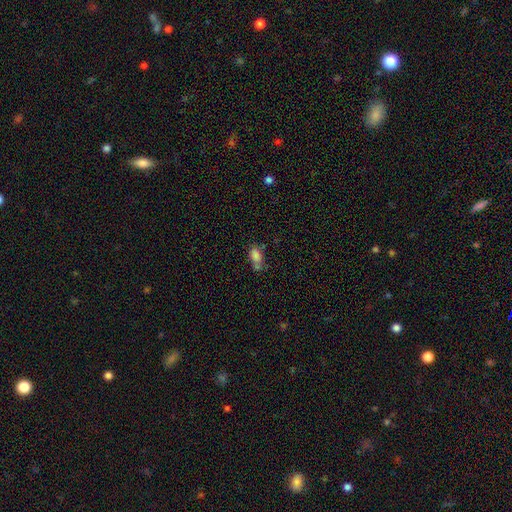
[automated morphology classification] Overall: smooth (79%). How rounded: in between (83%). Merging: none (37%; merger 34%).